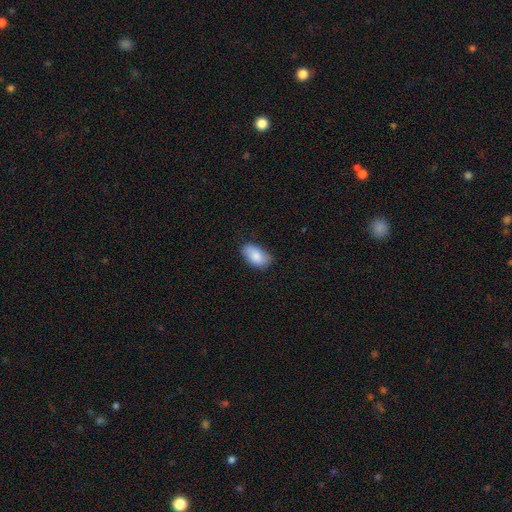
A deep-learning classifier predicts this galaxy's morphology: Q: Smooth or featured?
A: smooth (87%); runner-up: featured or disk (7%)
Q: How rounded?
A: in between (94%); runner-up: round (4%)
Q: Merging?
A: none (74%); runner-up: minor disturbance (21%)